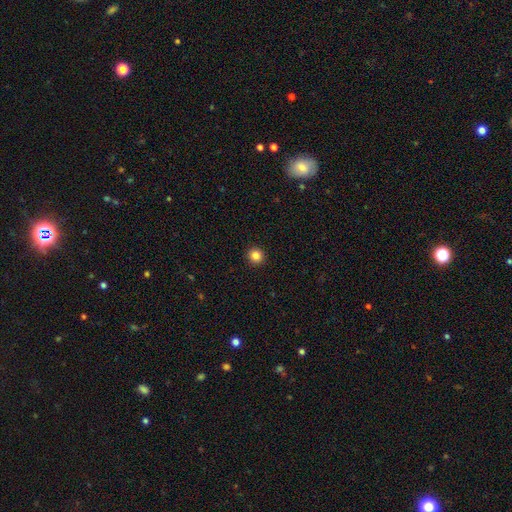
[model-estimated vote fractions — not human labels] A smooth galaxy with no disk features (84%) that is round (94%). Merging: none (94%).